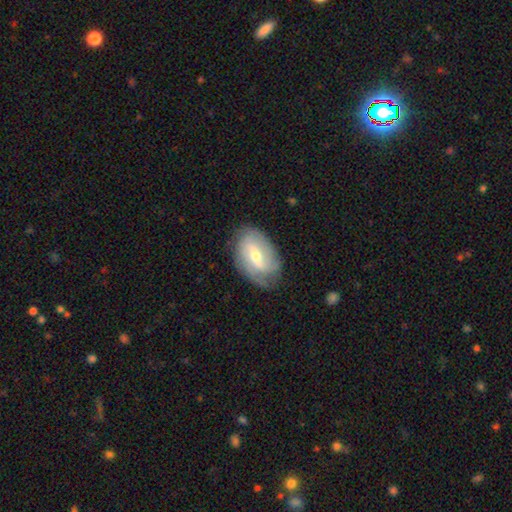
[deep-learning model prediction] Q: Smooth or featured?
A: featured or disk (72%); runner-up: smooth (22%)
Q: Edge-on disk?
A: no (95%); runner-up: yes (5%)
Q: Bar?
A: weak (52%); runner-up: strong (28%)
Q: Spiral arms?
A: yes (88%); runner-up: no (12%)
Q: Spiral winding?
A: tight (40%); runner-up: medium (38%)
Q: Spiral arm count?
A: 2 (52%); runner-up: can't tell (25%)
Q: Bulge size?
A: moderate (51%); runner-up: small (44%)
Q: Merging?
A: none (74%); runner-up: minor disturbance (19%)